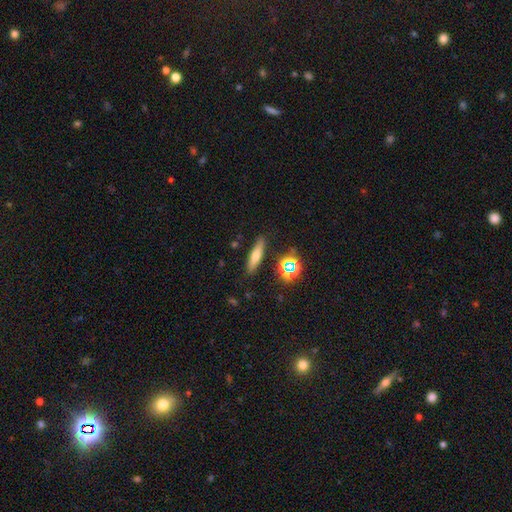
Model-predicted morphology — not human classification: A smooth galaxy with no disk features (59%) that is cigar-shaped (74%). Merging: none (86%).